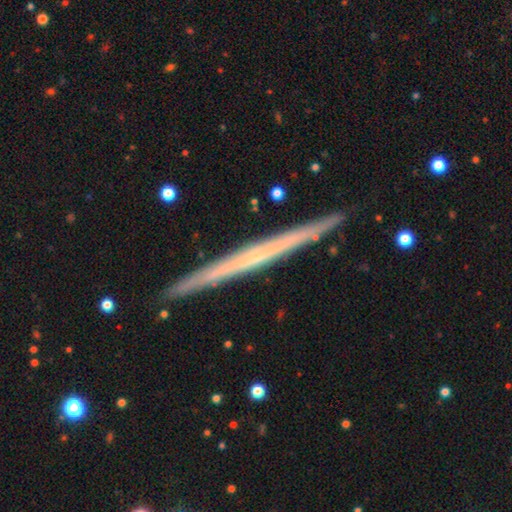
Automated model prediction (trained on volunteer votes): A featured or disk galaxy (71%) viewed edge-on (97%) with no central bulge (76%). Merging: none (91%).